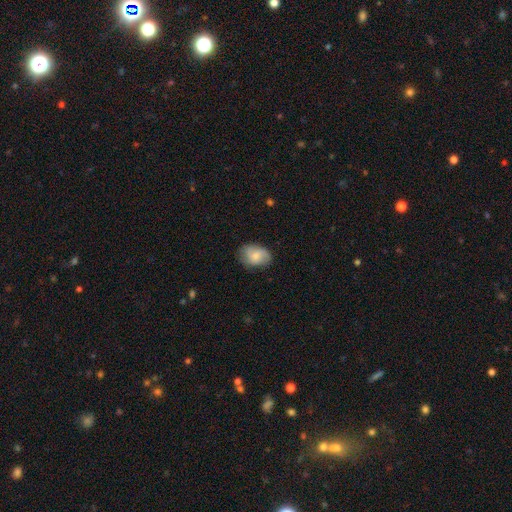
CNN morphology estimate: smooth_or_featured: smooth (p=0.70) [alt: featured or disk p=0.23]
how_rounded: in between (p=0.77) [alt: round p=0.22]
merging: none (p=0.70) [alt: minor disturbance p=0.23]